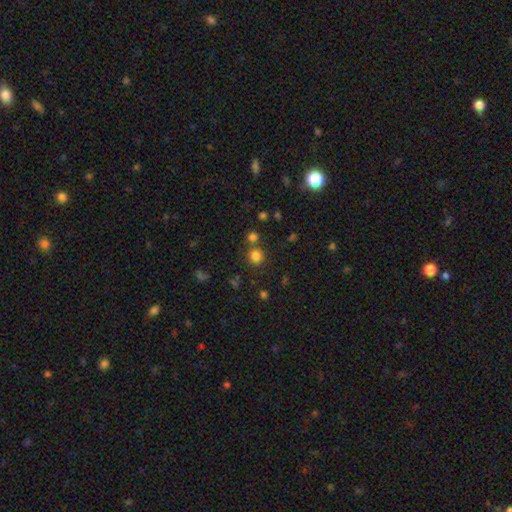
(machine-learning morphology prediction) Overall: smooth (79%). How rounded: round (83%). Merging: none (72%).